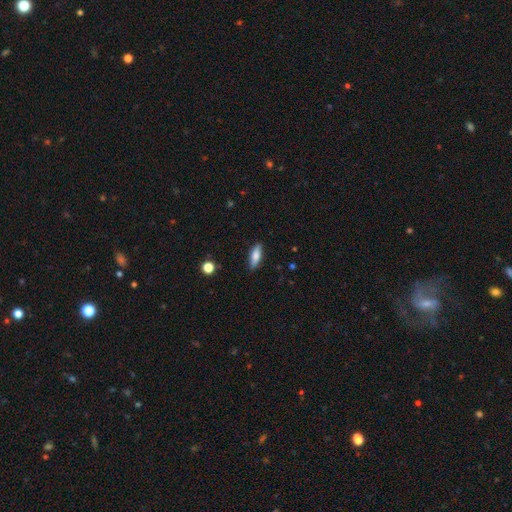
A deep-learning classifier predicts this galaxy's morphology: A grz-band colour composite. It shows a smooth galaxy with no disk features (76%) that is in between round and cigar-shaped (57%). Merging: none (85%).